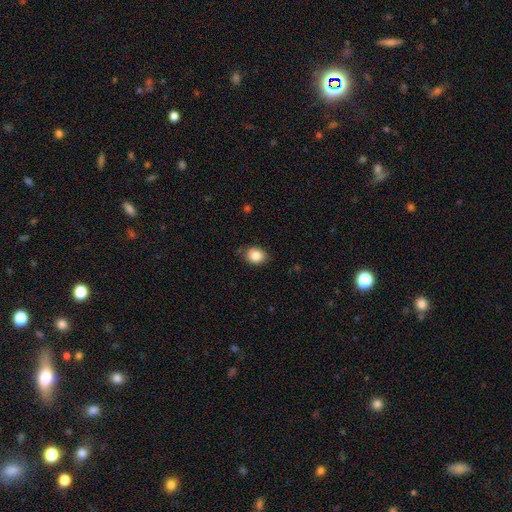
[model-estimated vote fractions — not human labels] Smooth or featured? smooth (85%)
How rounded? in between (50%)
Merging? none (82%)